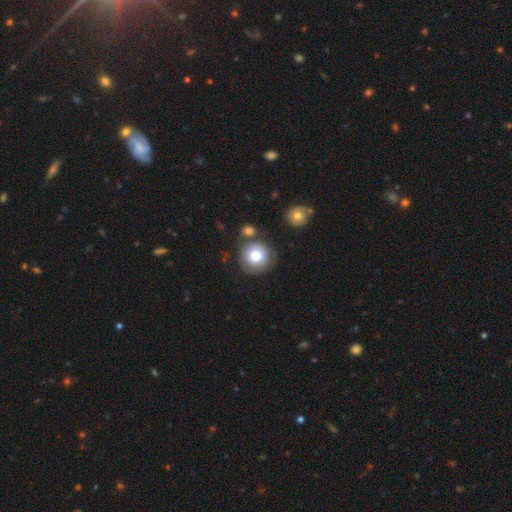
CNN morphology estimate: Smooth or featured: smooth — 78% (featured or disk — 13%)
How rounded: round — 93% (in between — 7%)
Merging: none — 72% (minor disturbance — 12%)